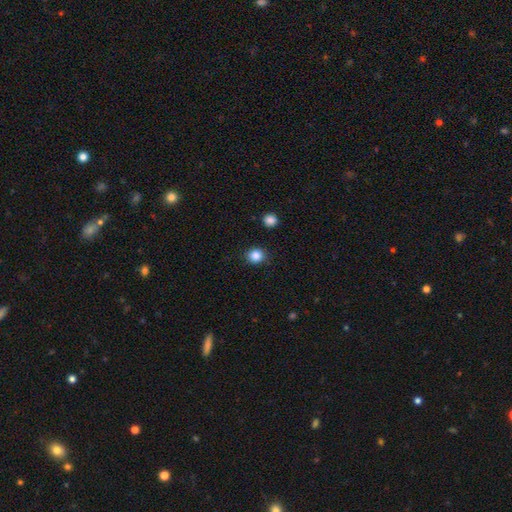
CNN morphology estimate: A smooth galaxy with no disk features (86%) that is round (83%). Merging: none (88%).